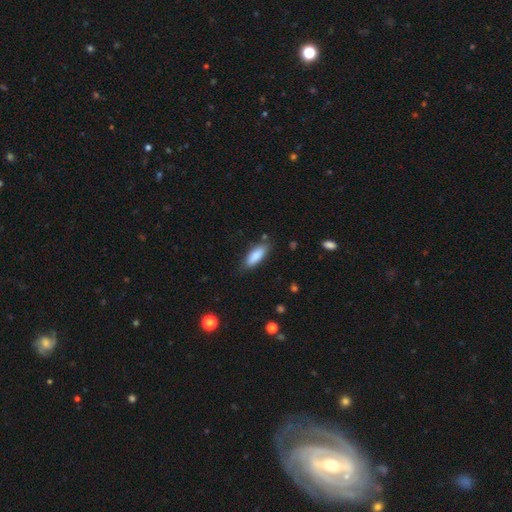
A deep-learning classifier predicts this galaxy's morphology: Smooth or featured? Predicted: smooth (p=0.87). How rounded? Predicted: in between (p=0.71). Merging? Predicted: none (p=0.80).